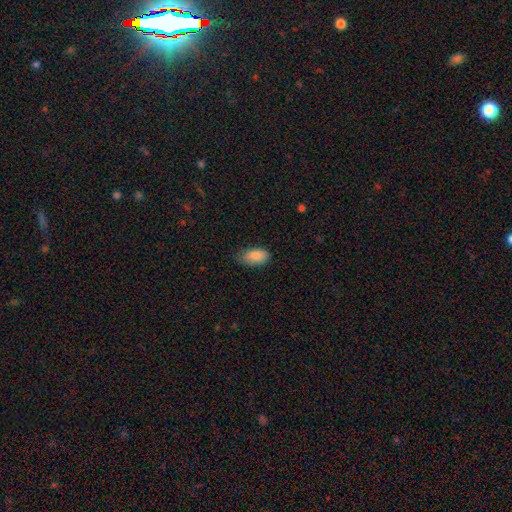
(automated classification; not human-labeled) Smooth or featured?
  - smooth: 86% *
  - star or artifact: 7%
  - featured or disk: 7%
How rounded?
  - in between: 93% *
  - round: 5%
  - cigar-shaped: 2%
Merging?
  - none: 66% *
  - minor disturbance: 28%
  - major disturbance: 5%
  - merger: 1%